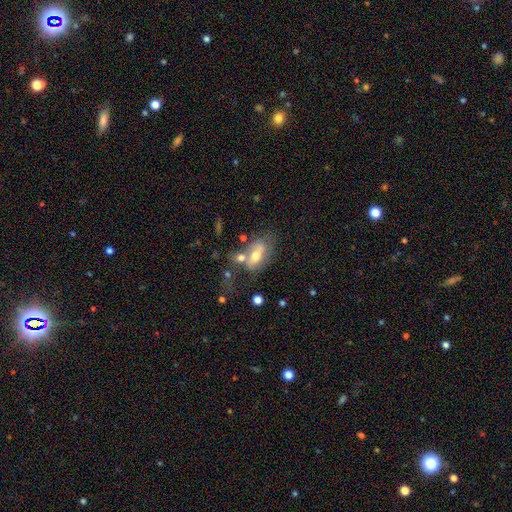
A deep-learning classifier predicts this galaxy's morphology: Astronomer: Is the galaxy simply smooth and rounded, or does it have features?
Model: smooth — 51% (runner-up: featured or disk, 40%).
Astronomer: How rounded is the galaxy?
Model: in between — 86%.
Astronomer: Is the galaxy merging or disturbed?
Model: none — 34% (runner-up: merger, 30%).